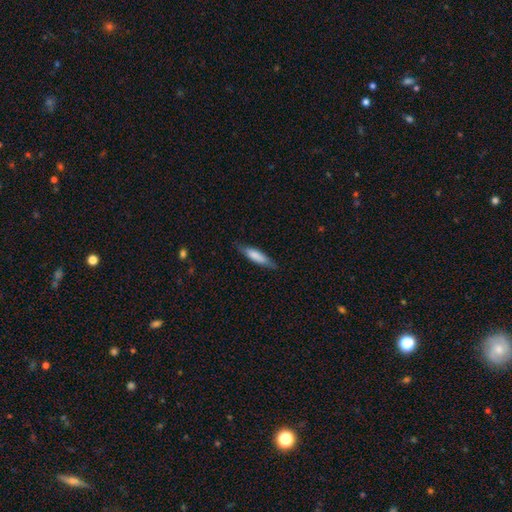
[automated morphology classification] Q: Smooth or featured?
A: smooth (74%); runner-up: featured or disk (20%)
Q: How rounded?
A: cigar-shaped (73%); runner-up: in between (25%)
Q: Merging?
A: none (80%); runner-up: minor disturbance (16%)